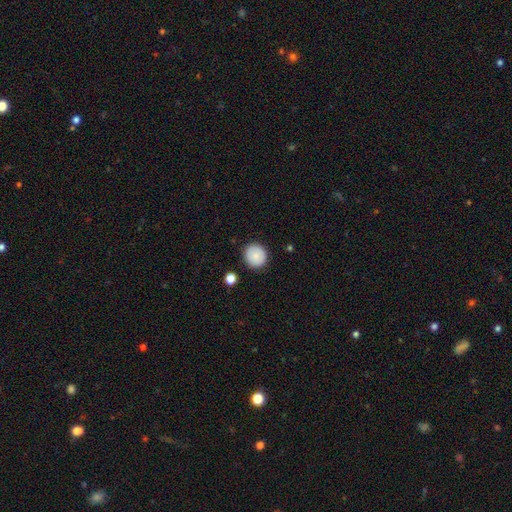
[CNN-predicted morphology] smooth_or_featured: smooth (p=0.86) [alt: star or artifact p=0.08]
how_rounded: round (p=0.92) [alt: in between p=0.07]
merging: none (p=0.90) [alt: minor disturbance p=0.07]